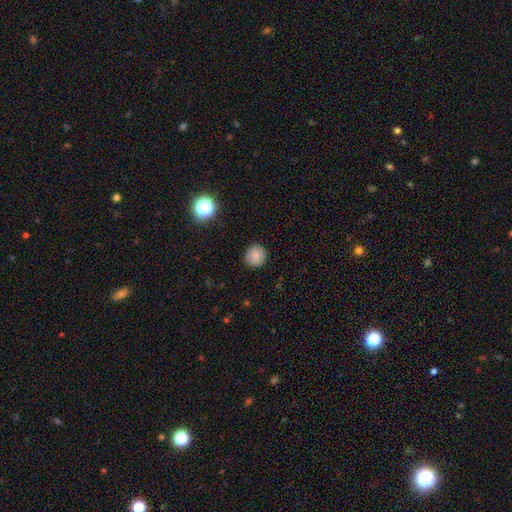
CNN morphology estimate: A smooth galaxy with no disk features (82%) that is round (94%).

Vote fractions:
- Smooth or featured? smooth: 82% / star or artifact: 11% / featured or disk: 7%
- How rounded? round: 94% / in between: 5% / cigar-shaped: 1%
- Merging? none: 90% / minor disturbance: 7% / major disturbance: 2% / merger: 1%